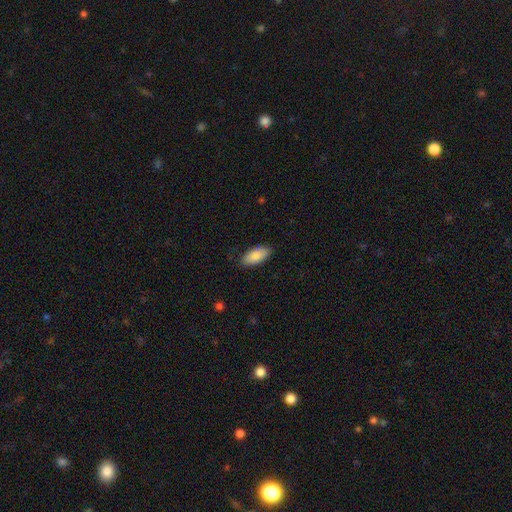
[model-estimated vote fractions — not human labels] smooth-or-featured: smooth: 86% | featured or disk: 9% | star or artifact: 6%
  how-rounded: in between: 87% | cigar-shaped: 11% | round: 2%
  merging: none: 86% | minor disturbance: 11% | major disturbance: 2% | merger: 1%